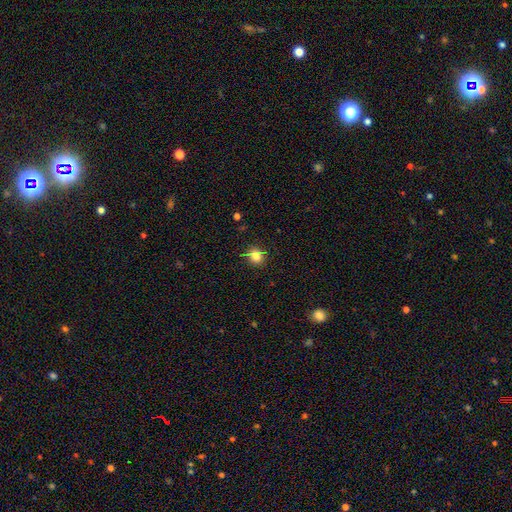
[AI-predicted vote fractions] This is likely a smooth galaxy (77%). How rounded: likely round (77%). Merging: likely none (78%).